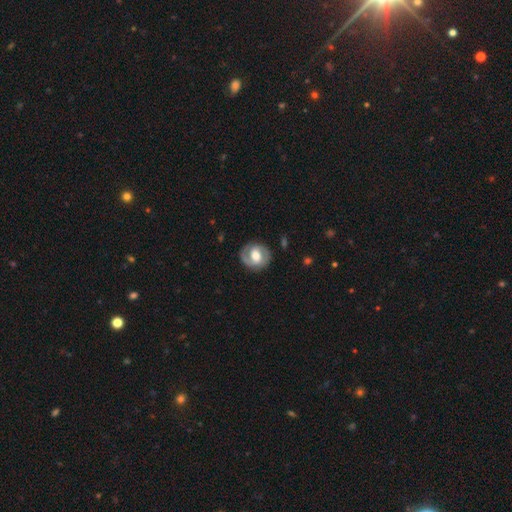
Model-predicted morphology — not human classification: Smooth or featured? Predicted: featured or disk (p=0.70). Edge-on disk? Predicted: no (p=0.97). Bar? Predicted: weak (p=0.45). Spiral arms? Predicted: yes (p=0.80). Spiral winding? Predicted: tight (p=0.46). Spiral arm count? Predicted: 2 (p=0.83). Bulge size? Predicted: moderate (p=0.59). Merging? Predicted: none (p=0.83).